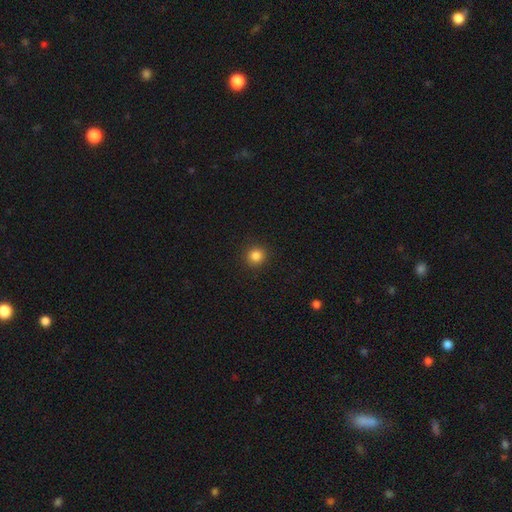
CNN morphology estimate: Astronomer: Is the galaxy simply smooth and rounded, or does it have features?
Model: smooth — 84%.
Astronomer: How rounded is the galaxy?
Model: round — 94%.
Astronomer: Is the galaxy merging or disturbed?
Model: none — 92%.